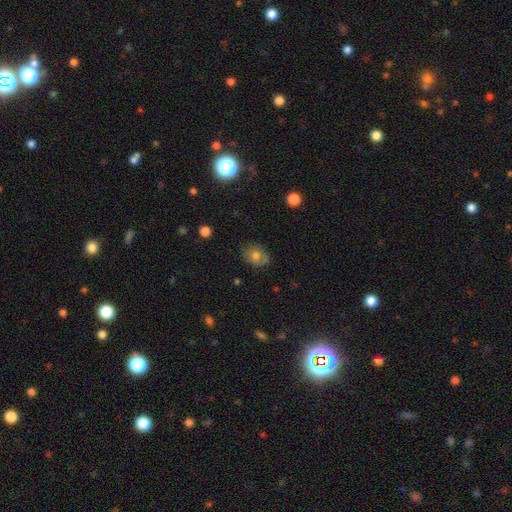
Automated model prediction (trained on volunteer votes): Overall: smooth (71%). How rounded: in between (59%; round 40%). Merging: none (76%).